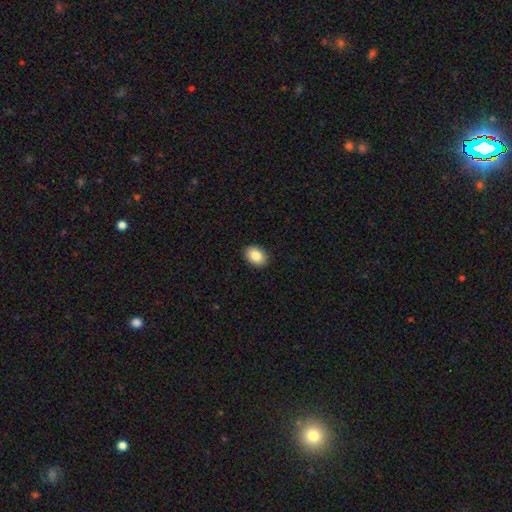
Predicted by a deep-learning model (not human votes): This is clearly a smooth galaxy (86%). How rounded: likely in between (70%). Merging: clearly none (91%).